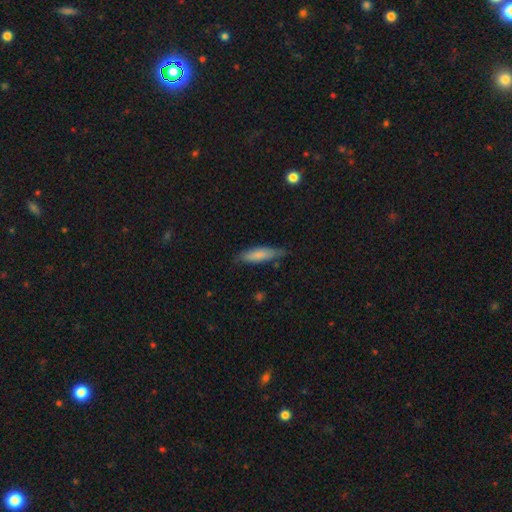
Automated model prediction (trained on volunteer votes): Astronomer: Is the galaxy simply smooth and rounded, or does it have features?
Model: smooth — 70%.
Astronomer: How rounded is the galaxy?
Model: cigar-shaped — 69%.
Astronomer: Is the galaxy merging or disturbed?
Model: none — 78%.